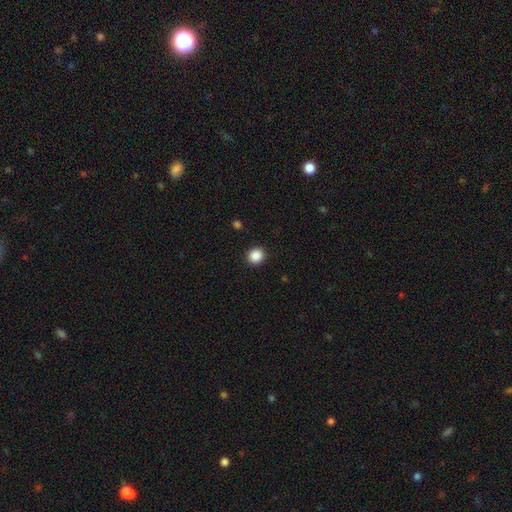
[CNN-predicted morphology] Q: Smooth or featured?
A: smooth (88%); runner-up: star or artifact (9%)
Q: How rounded?
A: round (86%); runner-up: in between (13%)
Q: Merging?
A: none (91%); runner-up: minor disturbance (5%)